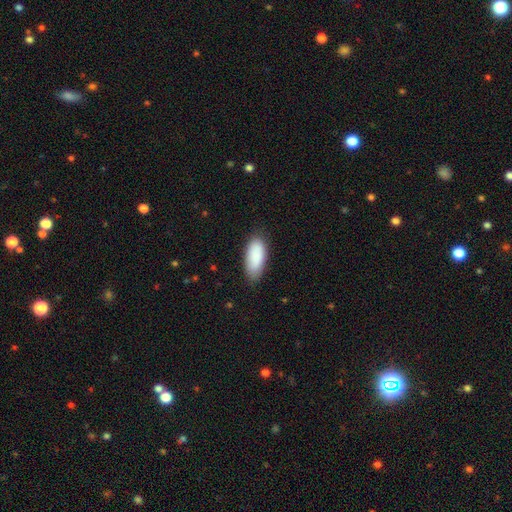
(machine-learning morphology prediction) Smooth or featured: smooth — 87% (featured or disk — 7%)
How rounded: in between — 87% (cigar-shaped — 11%)
Merging: none — 80% (minor disturbance — 16%)